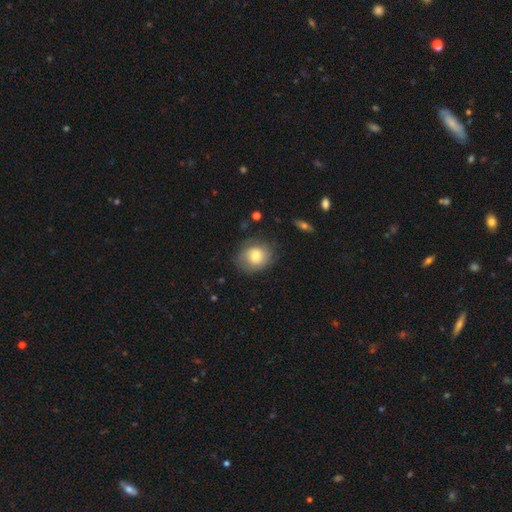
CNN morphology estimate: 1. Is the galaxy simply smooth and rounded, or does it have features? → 69% smooth, 23% featured or disk, 8% star or artifact.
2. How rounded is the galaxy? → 68% round, 32% in between, 1% cigar-shaped.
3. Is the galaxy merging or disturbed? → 70% none, 20% minor disturbance, 8% major disturbance, 1% merger.